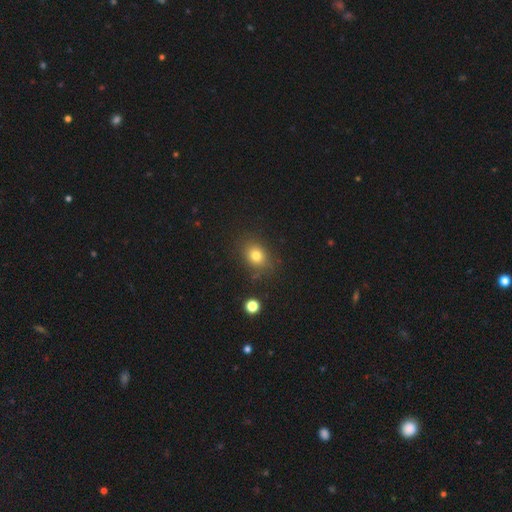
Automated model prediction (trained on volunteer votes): A smooth galaxy with no disk features (78%) that is round (52%). Merging: none (80%).